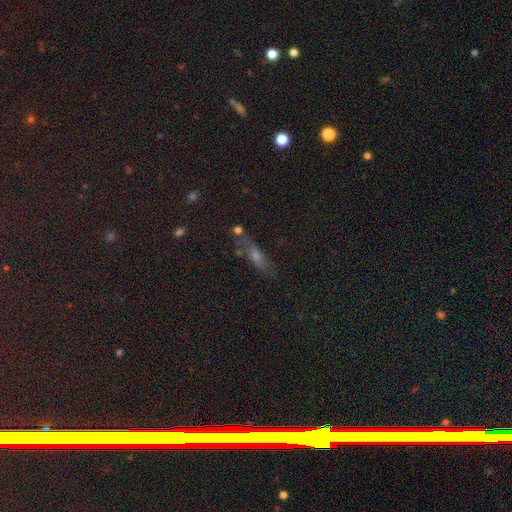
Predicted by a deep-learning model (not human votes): Morphology: type=smooth (37%); merging=none (68%).